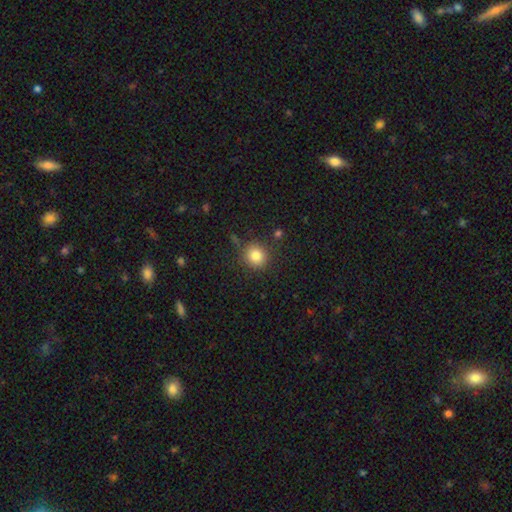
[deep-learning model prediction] smooth 83%, star or artifact 11%, featured or disk 6%. Down the decision tree: how rounded — round (88%); merging — none (84%).